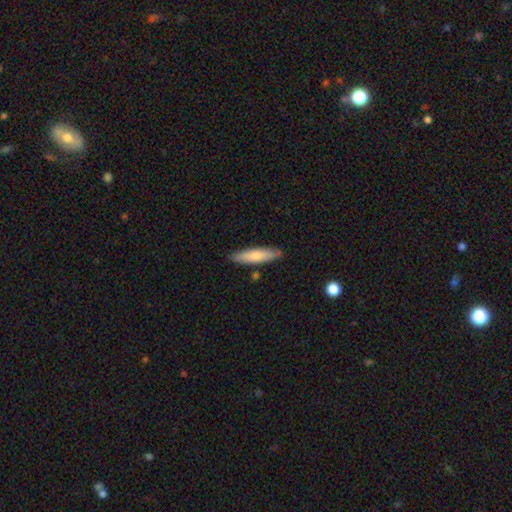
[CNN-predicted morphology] Q: Smooth or featured?
A: smooth (74%); runner-up: featured or disk (21%)
Q: How rounded?
A: cigar-shaped (72%); runner-up: in between (27%)
Q: Merging?
A: none (83%); runner-up: minor disturbance (12%)